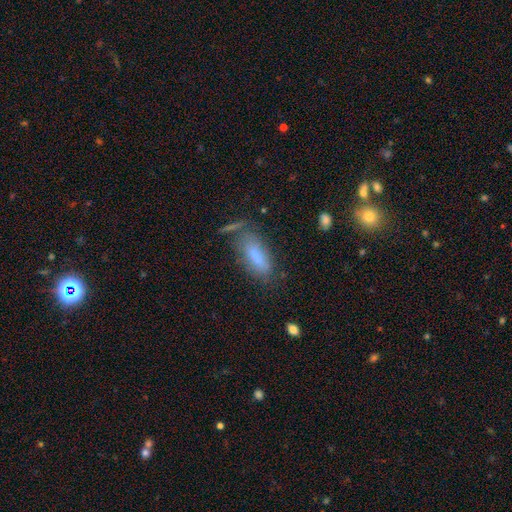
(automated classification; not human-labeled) Overall: smooth (74%). How rounded: in between (72%). Merging: none (59%; minor disturbance 23%).